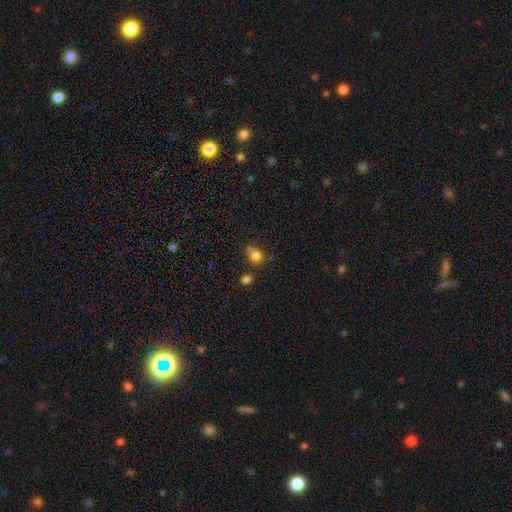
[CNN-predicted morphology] Smooth or featured?
  - smooth: 80% *
  - star or artifact: 12%
  - featured or disk: 7%
How rounded?
  - round: 69% *
  - in between: 30%
  - cigar-shaped: 1%
Merging?
  - none: 53% *
  - minor disturbance: 21%
  - merger: 19%
  - major disturbance: 7%